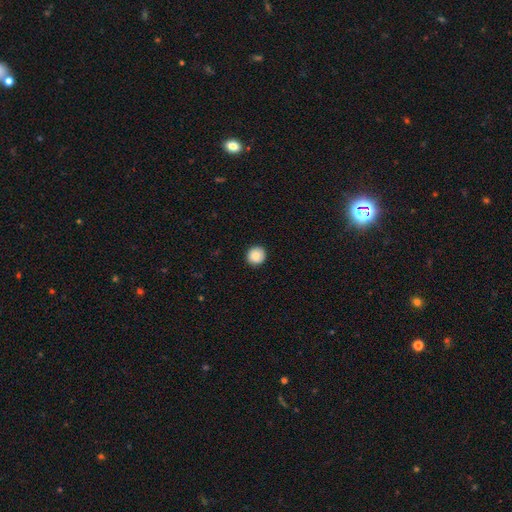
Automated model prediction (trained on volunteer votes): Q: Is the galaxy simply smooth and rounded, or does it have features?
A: smooth — 84%.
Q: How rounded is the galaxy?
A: round — 93%.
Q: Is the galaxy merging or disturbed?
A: none — 91%.